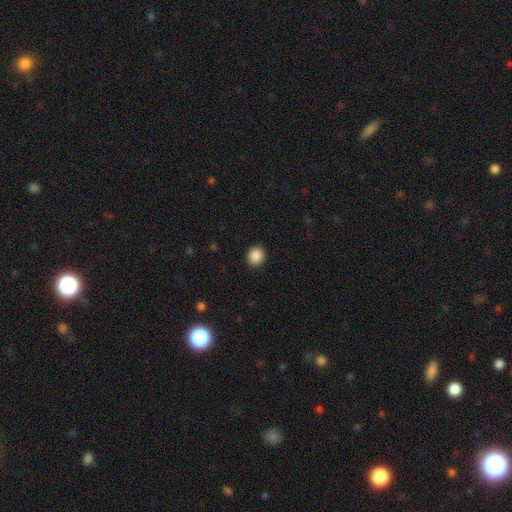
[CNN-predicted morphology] type=smooth (89%); roundness=round (81%); merging=none (91%).